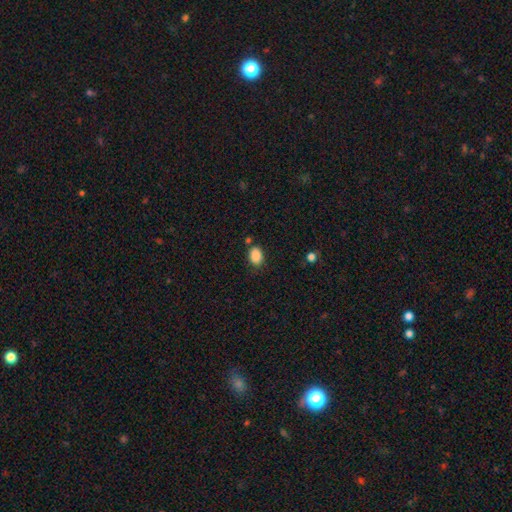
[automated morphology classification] A smooth galaxy with no disk features (88%) that is in between round and cigar-shaped (74%).

Vote fractions:
- Smooth or featured? smooth: 88% / star or artifact: 9% / featured or disk: 3%
- How rounded? in between: 74% / round: 25% / cigar-shaped: 1%
- Merging? none: 74% / minor disturbance: 16% / merger: 6% / major disturbance: 4%